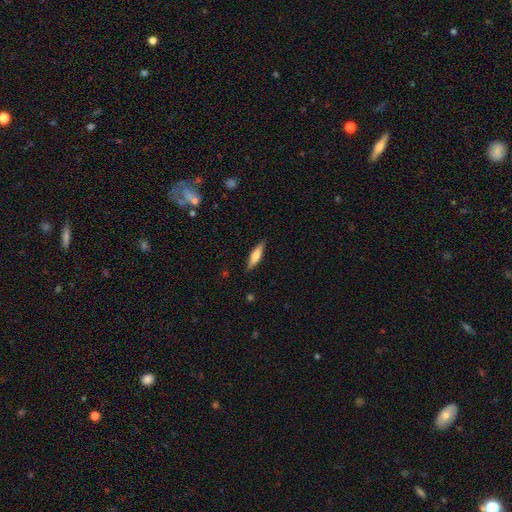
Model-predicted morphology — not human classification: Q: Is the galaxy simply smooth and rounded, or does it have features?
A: smooth — 64%.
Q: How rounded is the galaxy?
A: cigar-shaped — 71%.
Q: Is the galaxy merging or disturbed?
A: none — 87%.